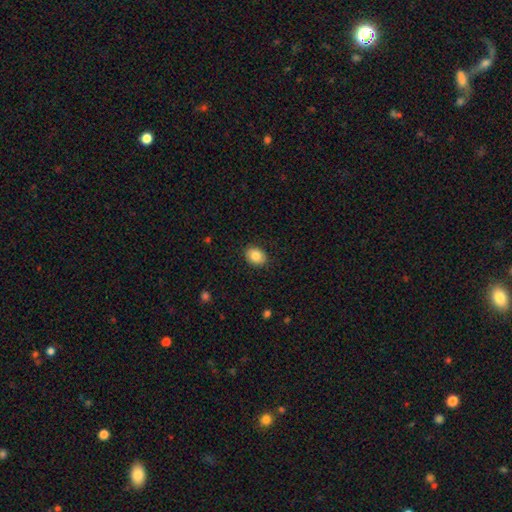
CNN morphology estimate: type=smooth (84%); roundness=in between (65%); merging=none (88%).